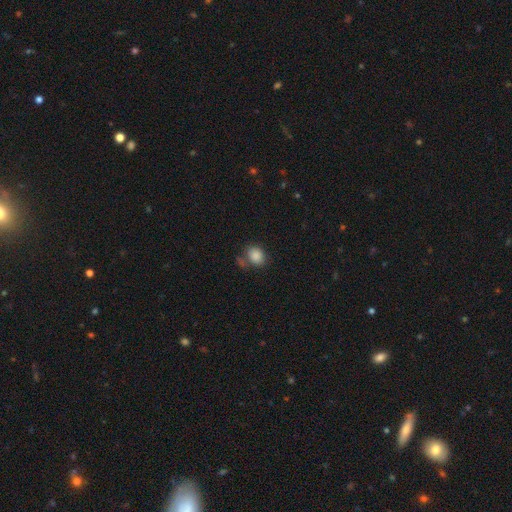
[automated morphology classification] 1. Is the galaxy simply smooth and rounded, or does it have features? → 86% smooth, 9% star or artifact, 5% featured or disk.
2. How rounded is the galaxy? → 53% round, 46% in between, 1% cigar-shaped.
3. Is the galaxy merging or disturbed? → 59% none, 19% minor disturbance, 14% merger, 8% major disturbance.